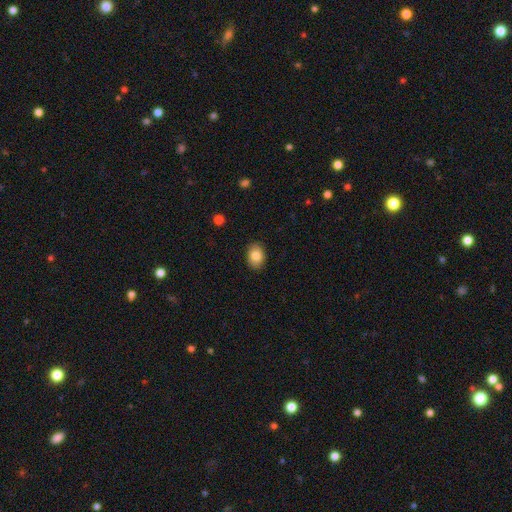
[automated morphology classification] smooth-or-featured: smooth: 85% | star or artifact: 8% | featured or disk: 8%
  how-rounded: in between: 77% | round: 22% | cigar-shaped: 1%
  merging: none: 89% | minor disturbance: 8% | major disturbance: 2% | merger: 1%